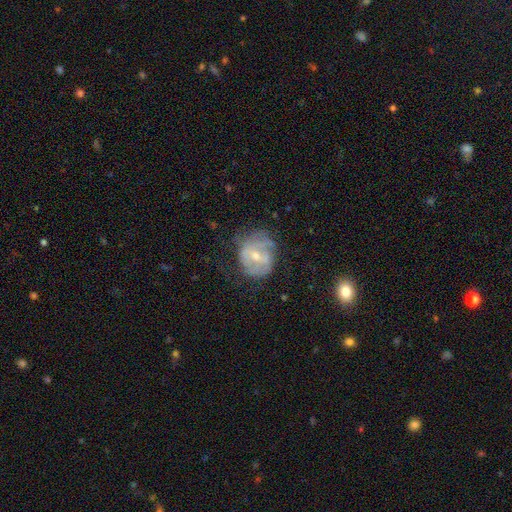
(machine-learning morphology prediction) type=featured or disk (62%); edge-on=no (97%); bar=weak (46%); spiral arms=yes (62%); bulge=moderate (50%); merging=none (53%).